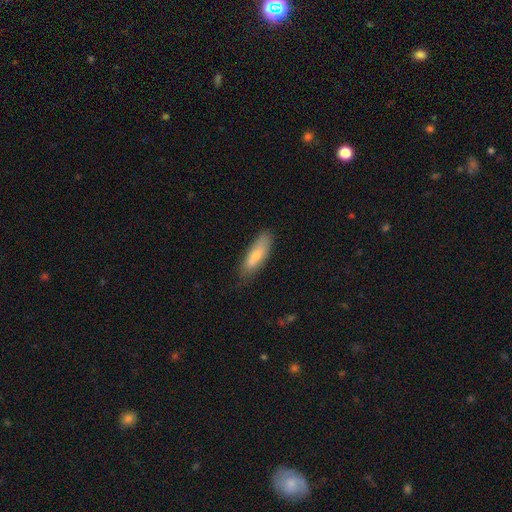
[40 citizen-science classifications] Smooth or featured? smooth (72%)
How rounded? in between (52%)
Merging? none (61%)